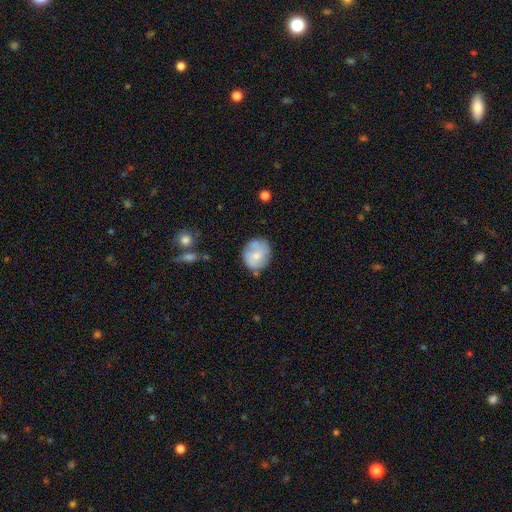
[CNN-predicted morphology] smooth-or-featured: smooth: 61% | featured or disk: 32% | star or artifact: 7%
  how-rounded: round: 75% | in between: 24% | cigar-shaped: 1%
  merging: none: 60% | minor disturbance: 23% | merger: 10% | major disturbance: 7%